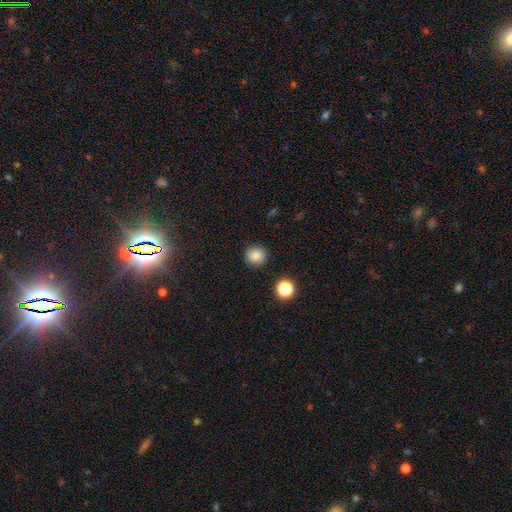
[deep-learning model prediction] This is clearly a smooth galaxy (84%). How rounded: clearly round (90%). Merging: clearly none (89%).